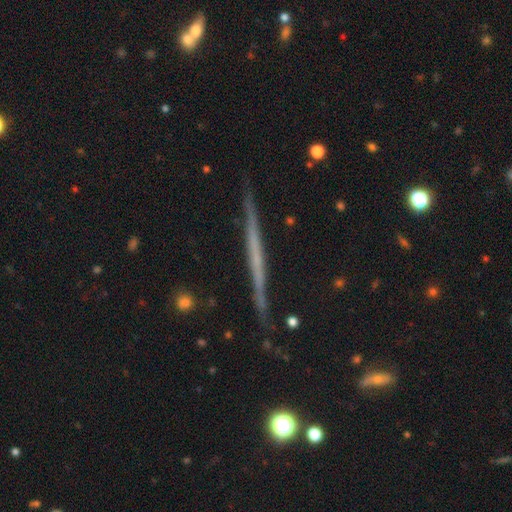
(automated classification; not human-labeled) Smooth or featured: featured or disk — 65% (smooth — 28%)
Edge-on disk: yes — 98% (no — 2%)
Edge-on bulge: none — 88% (rounded — 8%)
Merging: none — 90% (minor disturbance — 7%)